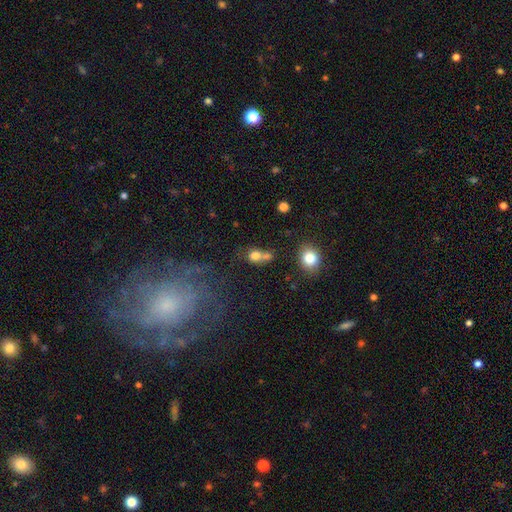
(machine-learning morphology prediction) type=smooth (76%); roundness=round (60%); merging=merger (49%).